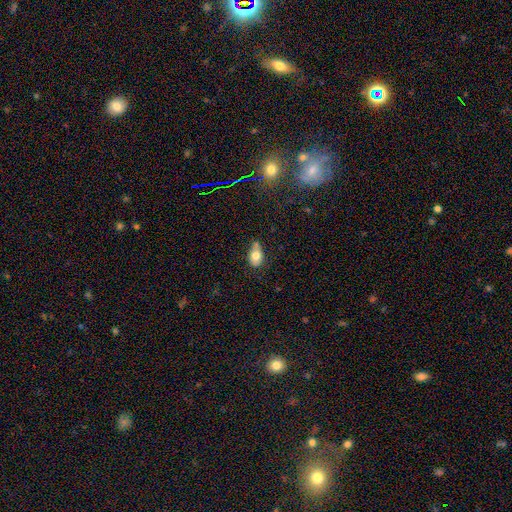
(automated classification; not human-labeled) Smooth or featured? Predicted: smooth (p=0.74). How rounded? Predicted: in between (p=0.78). Merging? Predicted: none (p=0.47).